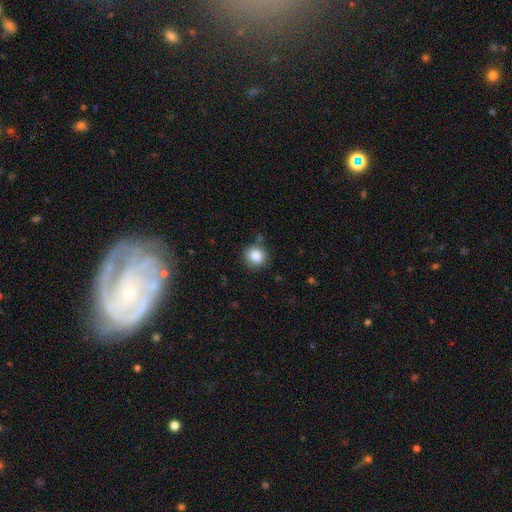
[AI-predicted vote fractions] Smooth or featured? Predicted: smooth (p=0.85). How rounded? Predicted: round (p=0.86). Merging? Predicted: none (p=0.81).